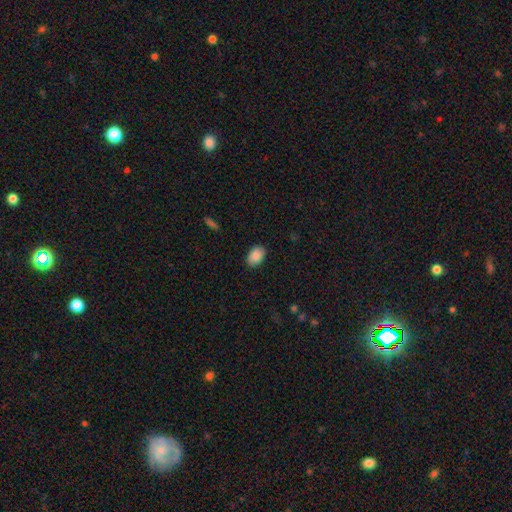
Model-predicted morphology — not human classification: Smooth or featured? smooth (89%)
How rounded? in between (84%)
Merging? none (88%)